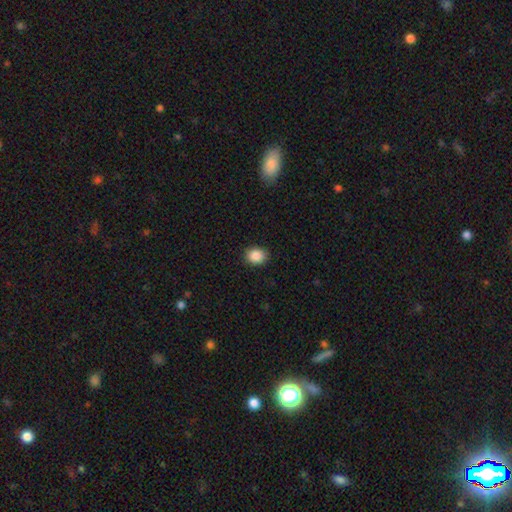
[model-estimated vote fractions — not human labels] Q: Smooth or featured?
A: smooth (88%); runner-up: star or artifact (9%)
Q: How rounded?
A: round (57%); runner-up: in between (42%)
Q: Merging?
A: none (90%); runner-up: minor disturbance (7%)